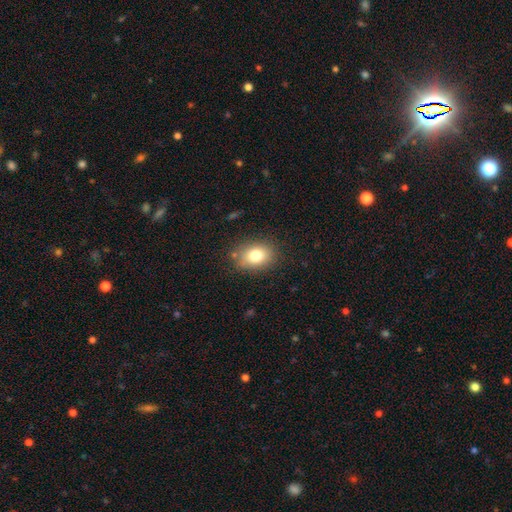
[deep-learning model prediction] Q: Smooth or featured?
A: smooth (78%); runner-up: featured or disk (11%)
Q: How rounded?
A: in between (67%); runner-up: round (32%)
Q: Merging?
A: none (83%); runner-up: minor disturbance (12%)